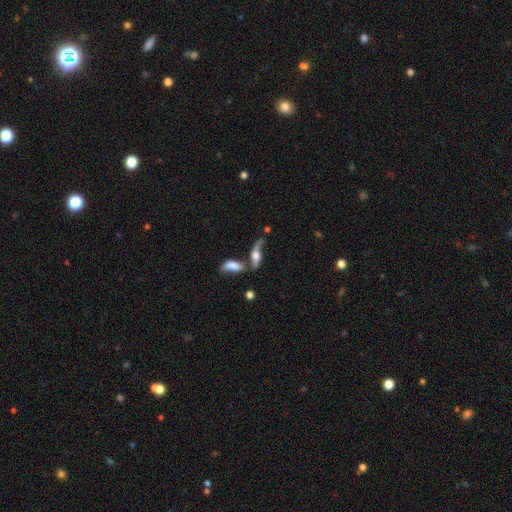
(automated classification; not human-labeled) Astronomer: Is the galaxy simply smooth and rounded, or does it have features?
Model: featured or disk — 67%.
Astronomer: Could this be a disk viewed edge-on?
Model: no — 65%.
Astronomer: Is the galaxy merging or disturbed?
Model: merger — 36%, tied with none at 36%.